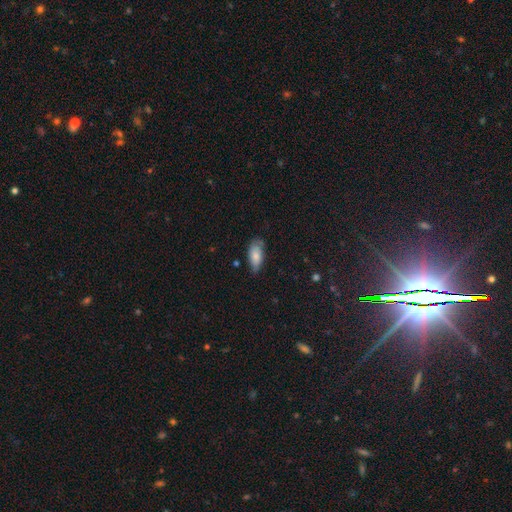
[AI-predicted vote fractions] The model was most divided on "merging": none: 62%, minor disturbance: 30%, major disturbance: 6%, merger: 2%. More confident: how rounded — in between (90%); smooth or featured — smooth (72%).